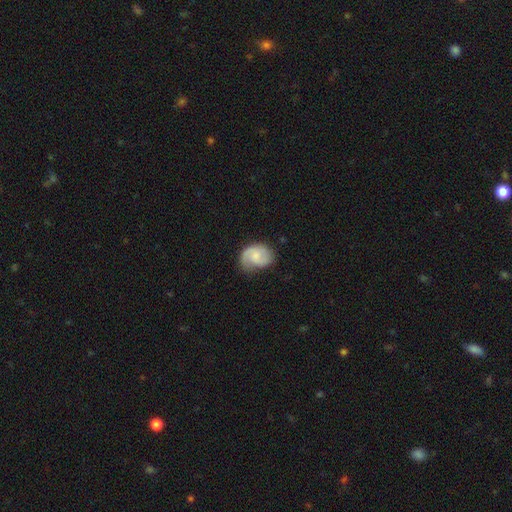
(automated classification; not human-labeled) This appears to be a featured or disk galaxy (63%) with no bar (59%), 2 (71%) medium (46%) spiral arms (93%) and a small central bulge (39%). Merging: none (62%).